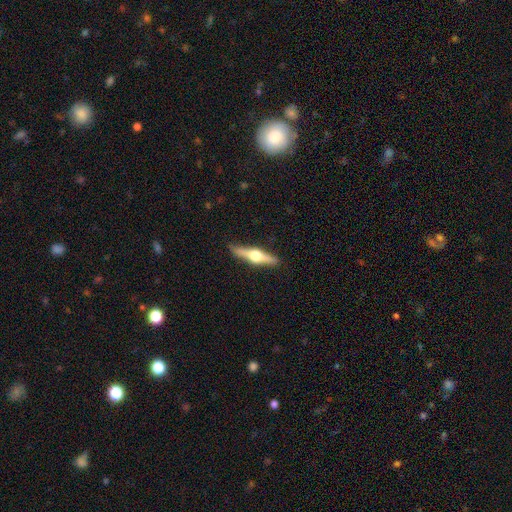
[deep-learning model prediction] smooth-or-featured: featured or disk: 71% | smooth: 23% | star or artifact: 5%
  disk-edge-on: yes: 97% | no: 3%
    edge-on-bulge: rounded: 95% | boxy: 3% | none: 2%
  merging: none: 90% | minor disturbance: 8% | major disturbance: 2% | merger: 1%